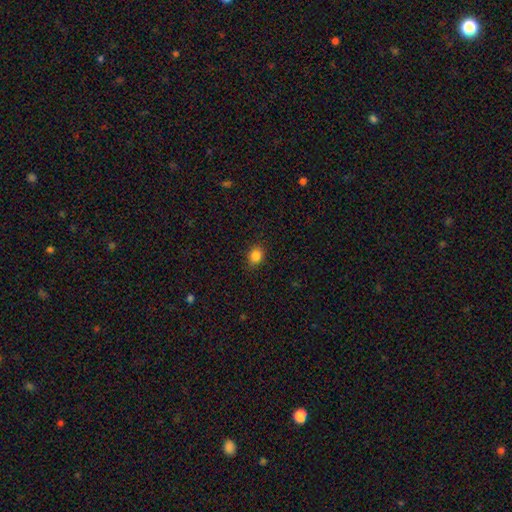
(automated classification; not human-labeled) A smooth galaxy with no disk features (85%) that is round (57%). Merging: none (86%).